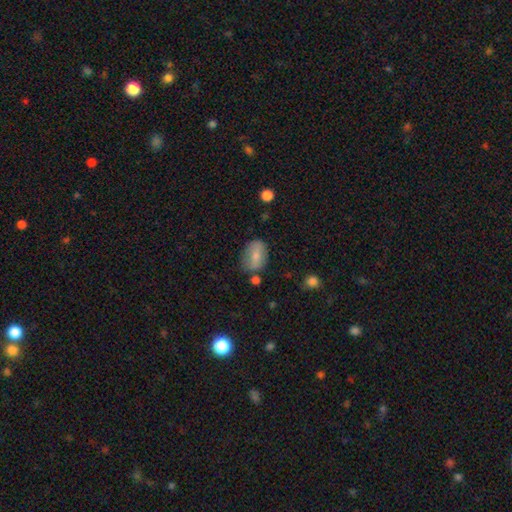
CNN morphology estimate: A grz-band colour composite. It shows a smooth galaxy with no disk features (69%) that is in between round and cigar-shaped (82%). Merging: none (68%).